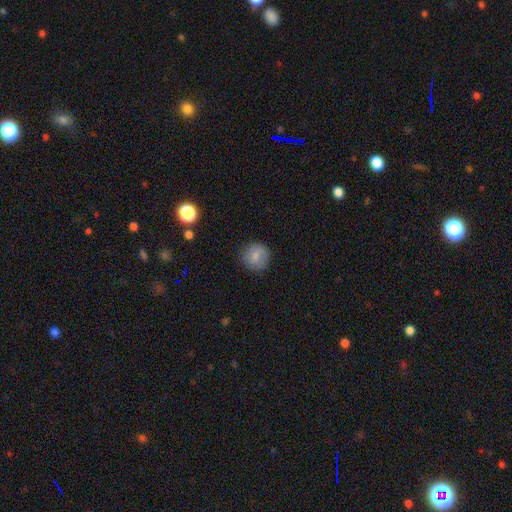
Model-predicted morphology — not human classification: Smooth or featured? smooth (82%)
How rounded? round (92%)
Merging? none (84%)